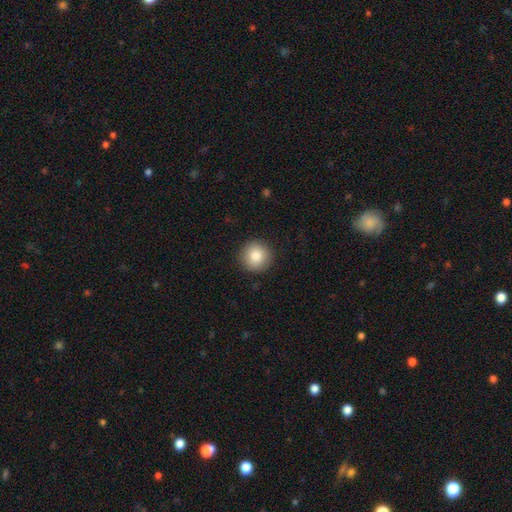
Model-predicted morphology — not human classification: This is clearly a smooth galaxy (85%). How rounded: clearly round (95%). Merging: clearly none (91%).